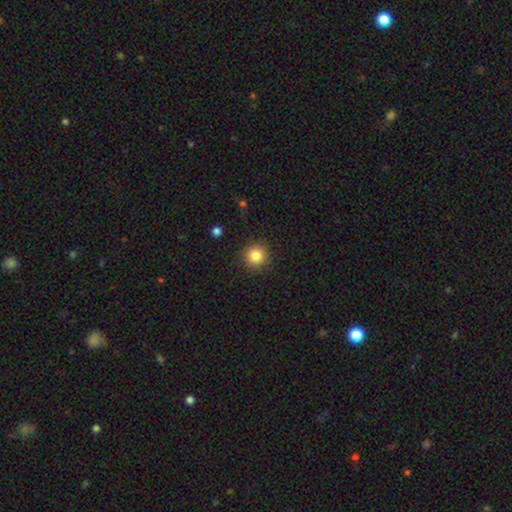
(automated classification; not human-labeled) smooth 84%, star or artifact 10%, featured or disk 5%. Down the decision tree: how rounded — round (94%); merging — none (90%).